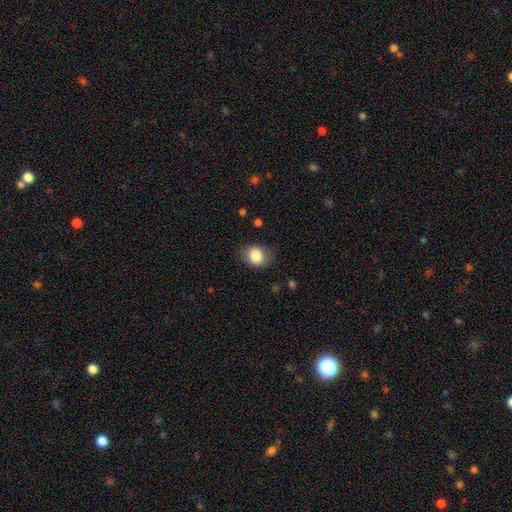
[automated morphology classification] Smooth or featured? smooth (84%)
How rounded? round (55%)
Merging? none (77%)